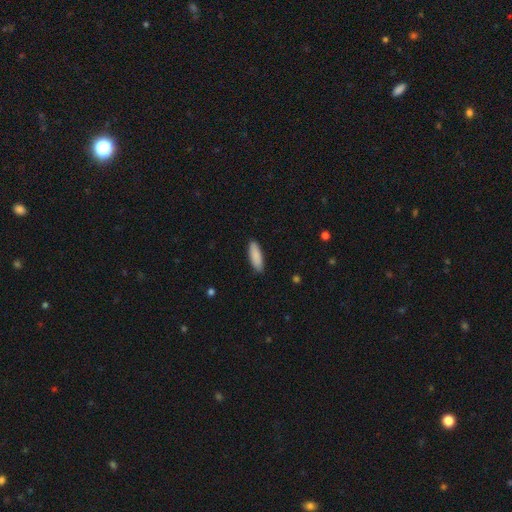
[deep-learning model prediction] Smooth or featured?
  - smooth: 89% *
  - featured or disk: 6%
  - star or artifact: 6%
How rounded?
  - in between: 55% *
  - cigar-shaped: 44%
  - round: 2%
Merging?
  - none: 88% *
  - minor disturbance: 9%
  - major disturbance: 2%
  - merger: 1%